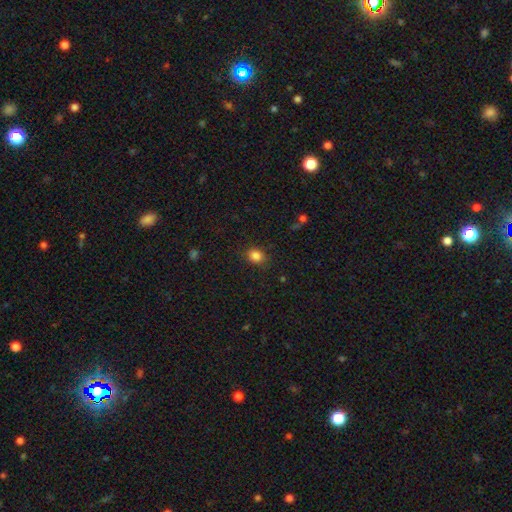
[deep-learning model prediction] A smooth galaxy with no disk features (85%) that is round (58%). Merging: none (85%).